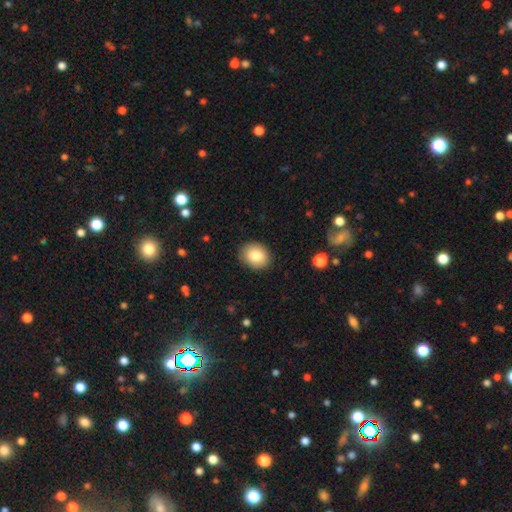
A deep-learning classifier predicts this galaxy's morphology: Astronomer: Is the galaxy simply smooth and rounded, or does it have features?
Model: smooth — 84%.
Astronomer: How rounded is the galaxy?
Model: round — 53% (runner-up: in between, 46%).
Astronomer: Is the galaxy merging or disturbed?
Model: none — 88%.